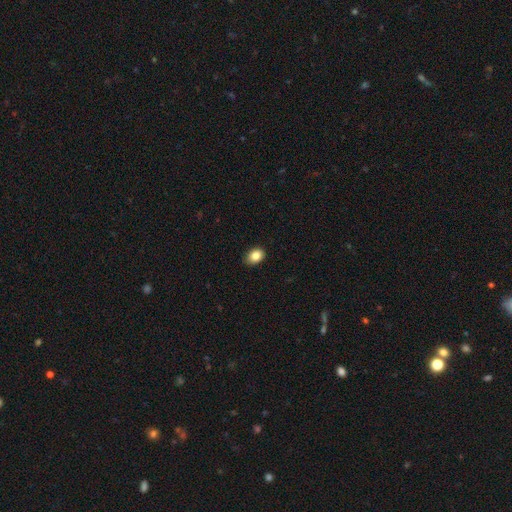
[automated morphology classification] This appears to be a smooth galaxy with no disk features (85%) that is in between round and cigar-shaped (70%). Merging: none (86%).